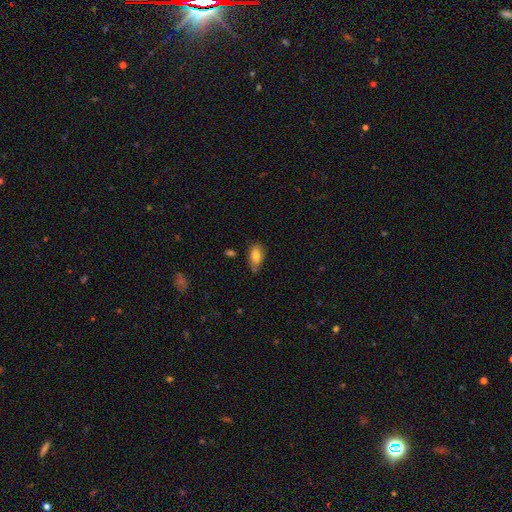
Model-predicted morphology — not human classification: This is likely a smooth galaxy (78%). How rounded: clearly in between (90%). Merging: likely none (66%).